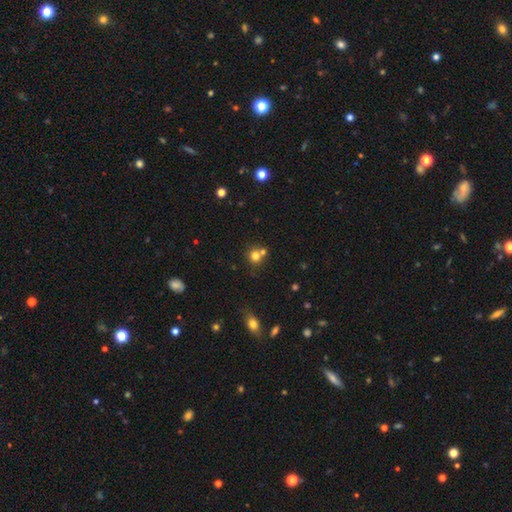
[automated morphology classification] This appears to be a smooth galaxy with no disk features (74%) that is round (87%). Merging: none (58%).